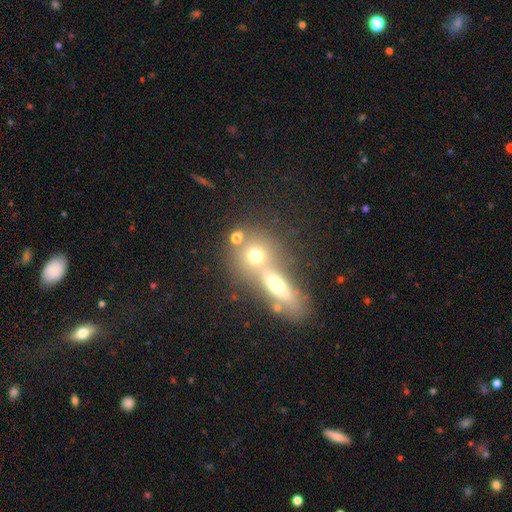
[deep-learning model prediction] Smooth or featured: smooth — 67% (featured or disk — 18%)
How rounded: round — 74% (in between — 21%)
Merging: none — 45% (merger — 43%)